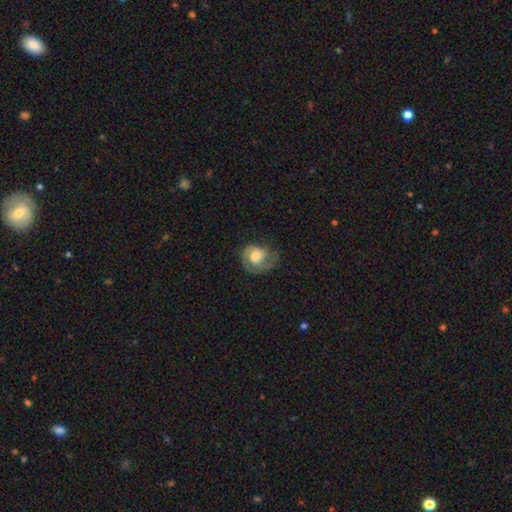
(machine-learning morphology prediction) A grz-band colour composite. It shows a featured or disk galaxy (54%) with no bar (65%), spiral arms (85%) and a moderate central bulge (46%). Merging: none (52%).